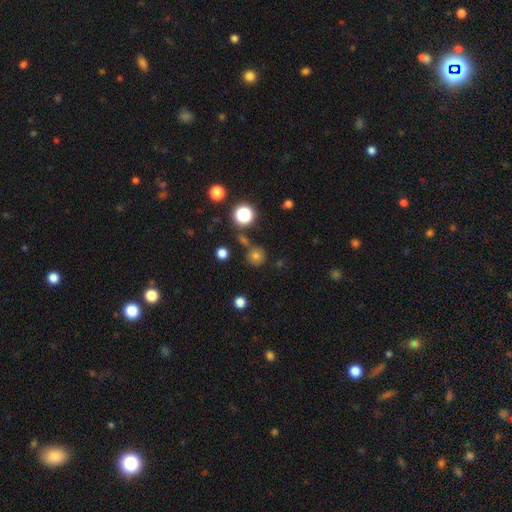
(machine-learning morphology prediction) Overall: smooth (71%). How rounded: round (93%). Merging: none (76%).